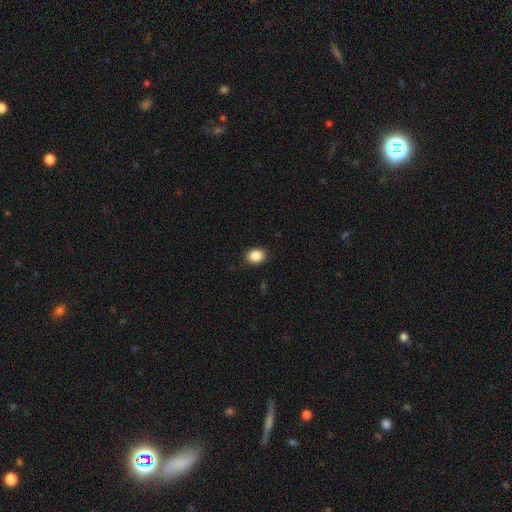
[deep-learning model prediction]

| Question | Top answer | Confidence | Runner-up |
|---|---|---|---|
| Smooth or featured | smooth | 88% | star or artifact (9%) |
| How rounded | in between | 57% | round (42%) |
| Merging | none | 87% | minor disturbance (10%) |